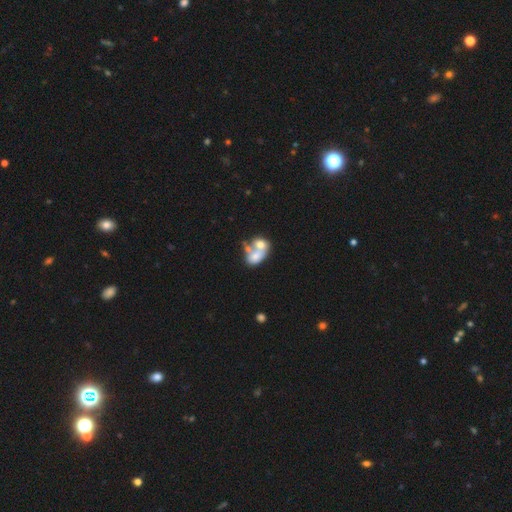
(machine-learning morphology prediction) Smooth or featured?
  - smooth: 59% *
  - featured or disk: 32%
  - star or artifact: 9%
How rounded?
  - in between: 73% *
  - round: 26%
  - cigar-shaped: 2%
Merging?
  - merger: 70% *
  - none: 15%
  - major disturbance: 8%
  - minor disturbance: 8%